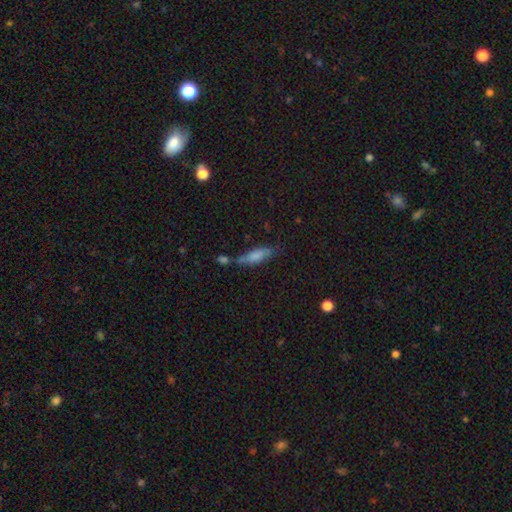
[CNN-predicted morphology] smooth_or_featured: smooth (p=0.71) [alt: featured or disk p=0.20]
how_rounded: cigar-shaped (p=0.57) [alt: in between p=0.41]
merging: none (p=0.54) [alt: minor disturbance p=0.22]